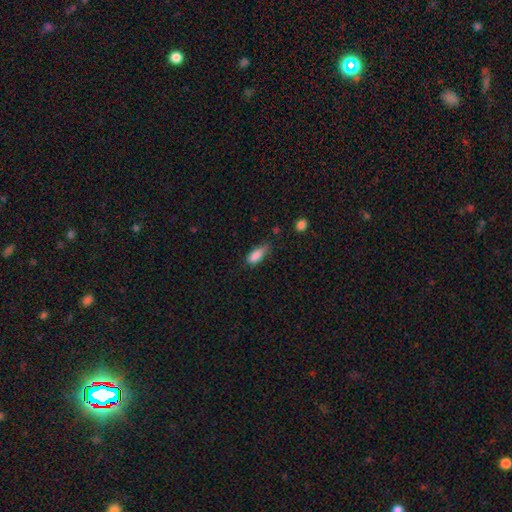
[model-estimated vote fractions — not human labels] smooth 85%, star or artifact 8%, featured or disk 7%. Down the decision tree: how rounded — in between (77%); merging — none (48%).